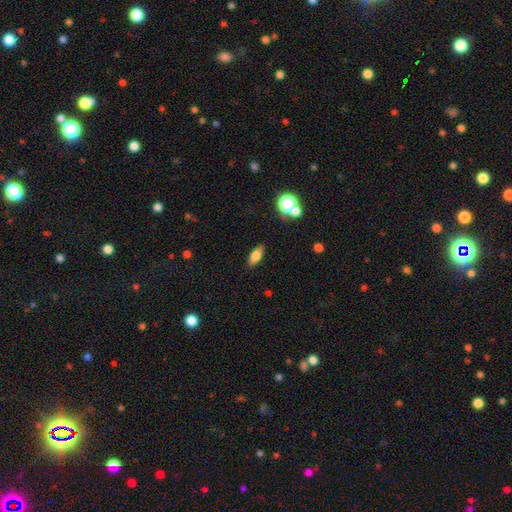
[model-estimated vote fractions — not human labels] Smooth or featured?
  - smooth: 74% *
  - featured or disk: 16%
  - star or artifact: 10%
How rounded?
  - in between: 77% *
  - cigar-shaped: 18%
  - round: 5%
Merging?
  - none: 86% *
  - minor disturbance: 10%
  - major disturbance: 2%
  - merger: 2%